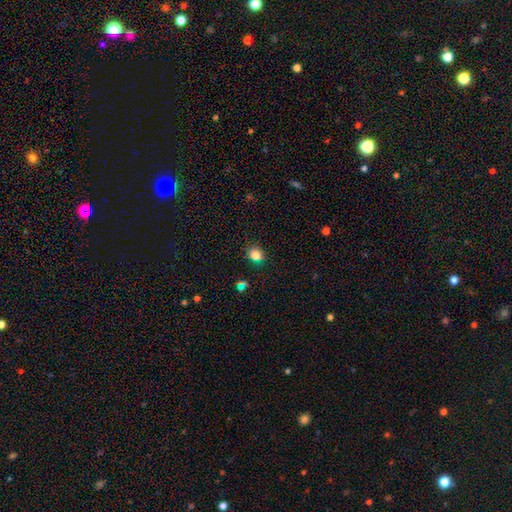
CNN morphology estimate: smooth_or_featured: smooth (p=0.81) [alt: star or artifact p=0.14]
how_rounded: round (p=0.67) [alt: in between p=0.32]
merging: none (p=0.84) [alt: minor disturbance p=0.10]